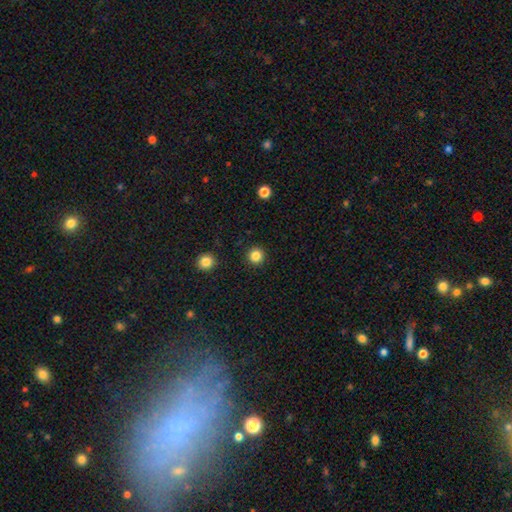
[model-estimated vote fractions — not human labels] smooth 85%, star or artifact 11%, featured or disk 4%. Down the decision tree: how rounded — round (96%); merging — none (93%).